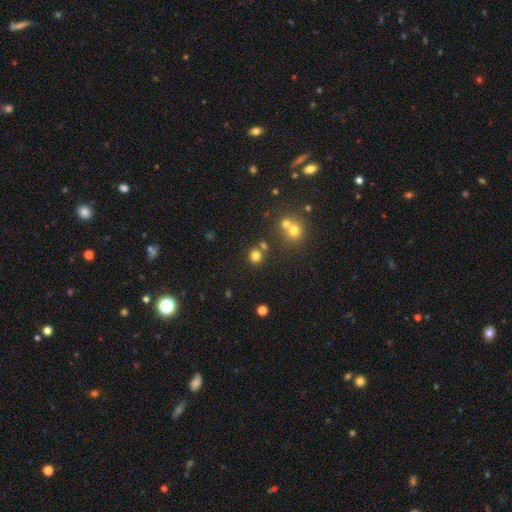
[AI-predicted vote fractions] smooth_or_featured: smooth (p=0.77) [alt: star or artifact p=0.17]
how_rounded: round (p=0.87) [alt: in between p=0.13]
merging: none (p=0.75) [alt: merger p=0.14]